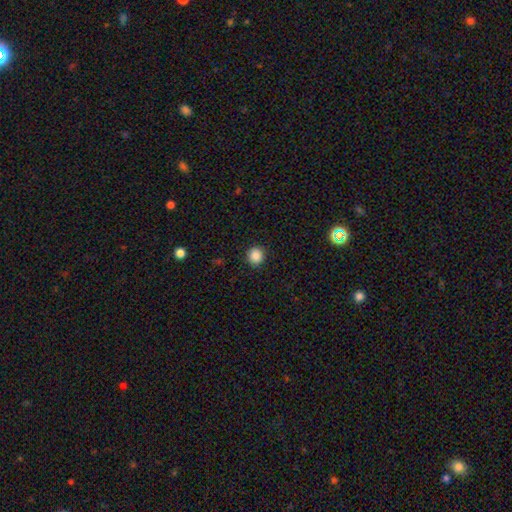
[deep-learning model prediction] smooth-or-featured: smooth: 87% | star or artifact: 10% | featured or disk: 3%
  how-rounded: round: 92% | in between: 7% | cigar-shaped: 1%
  merging: none: 91% | minor disturbance: 6% | major disturbance: 2% | merger: 1%